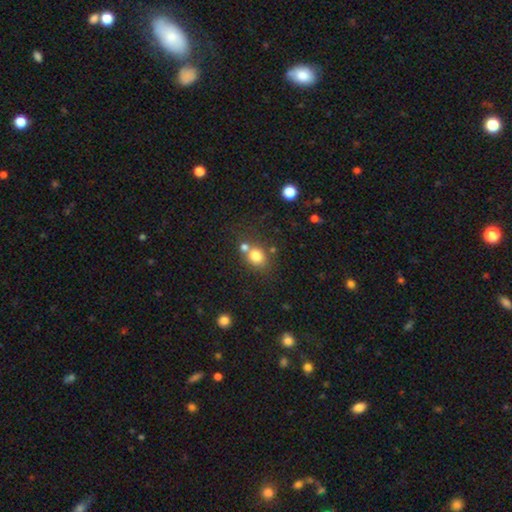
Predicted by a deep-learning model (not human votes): The model was most divided on "merging": none: 55%, merger: 30%, minor disturbance: 10%, major disturbance: 4%. More confident: smooth or featured — smooth (78%); how rounded — round (73%).